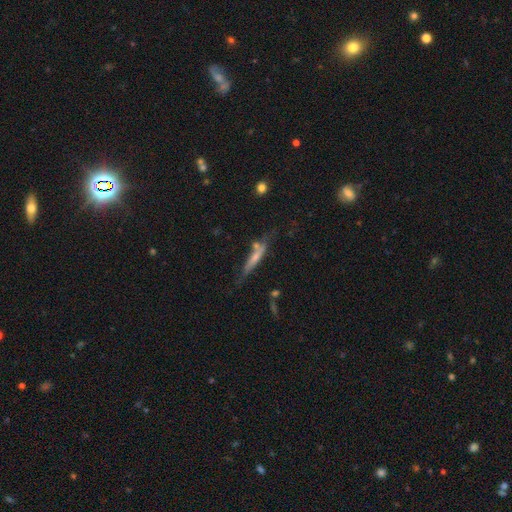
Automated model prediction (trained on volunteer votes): Smooth or featured? Predicted: featured or disk (p=0.49). Merging? Predicted: none (p=0.59).